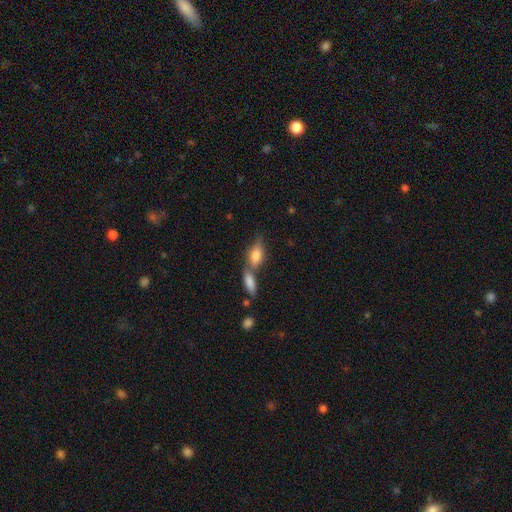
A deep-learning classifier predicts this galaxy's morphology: Smooth or featured? Predicted: smooth (p=0.72). How rounded? Predicted: in between (p=0.79). Merging? Predicted: merger (p=0.45).